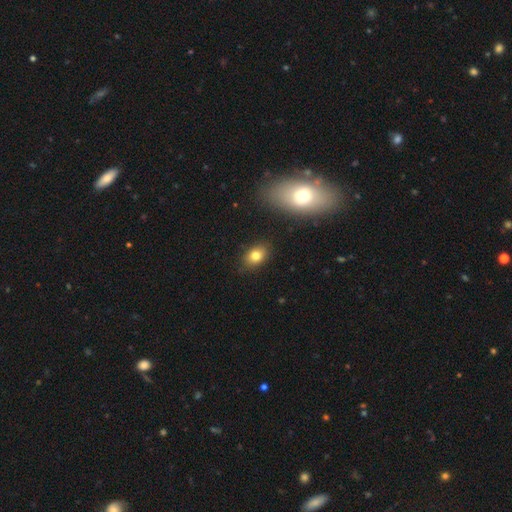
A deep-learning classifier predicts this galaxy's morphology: smooth 79%, featured or disk 10%, star or artifact 10%. Down the decision tree: how rounded — in between (78%); merging — none (85%).